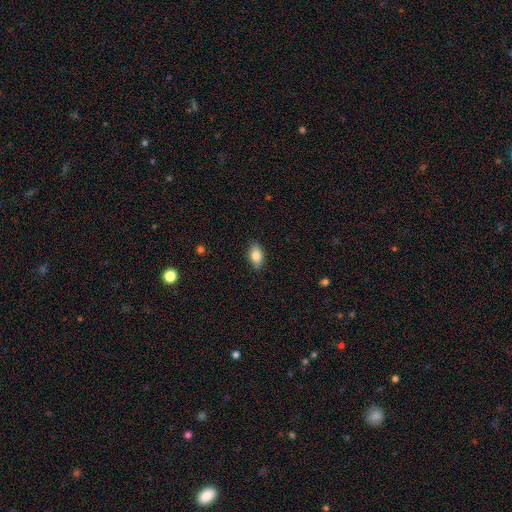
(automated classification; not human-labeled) A smooth galaxy with no disk features (81%) that is in between round and cigar-shaped (89%).

Vote fractions:
- Smooth or featured? smooth: 81% / featured or disk: 12% / star or artifact: 7%
- How rounded? in between: 89% / round: 7% / cigar-shaped: 4%
- Merging? none: 87% / minor disturbance: 10% / major disturbance: 2% / merger: 1%